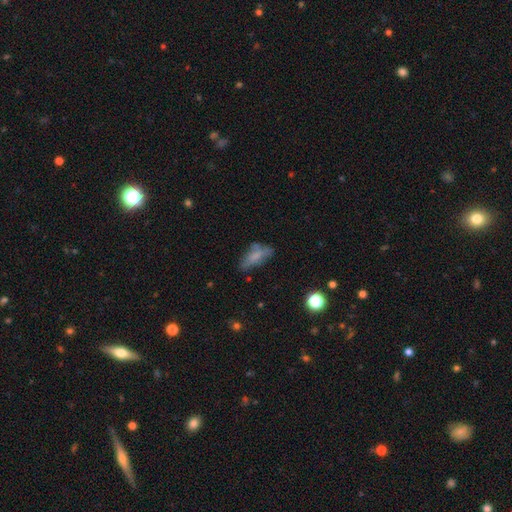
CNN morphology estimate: Overall: smooth (61%; featured or disk 28%). How rounded: in between (68%; cigar-shaped 29%). Merging: none (47%; minor disturbance 28%).